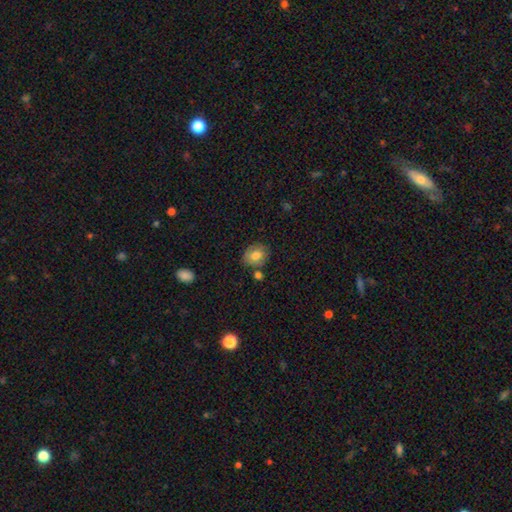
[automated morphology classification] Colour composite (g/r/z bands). It shows a smooth galaxy with no disk features (75%) that is round (59%). Merging: none (73%).